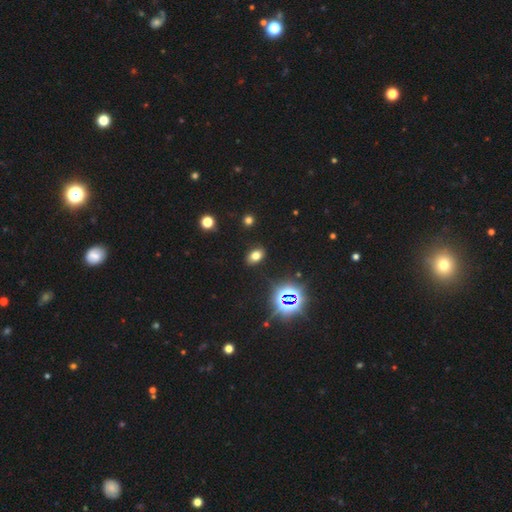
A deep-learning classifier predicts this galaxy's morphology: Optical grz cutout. It shows a smooth galaxy with no disk features (69%) that is in between round and cigar-shaped (84%). Merging: none (88%).